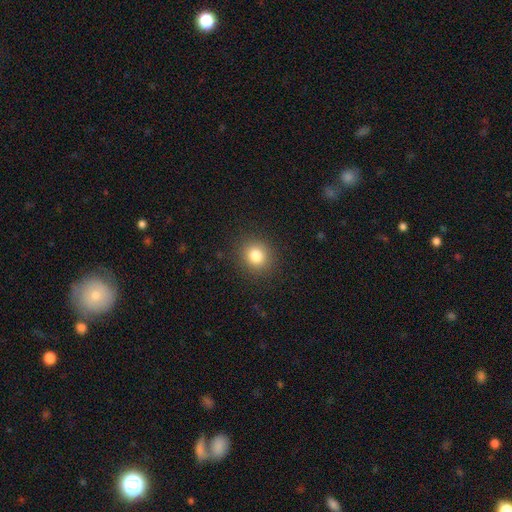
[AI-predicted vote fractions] A smooth galaxy with no disk features (82%) that is round (83%). Merging: none (90%).